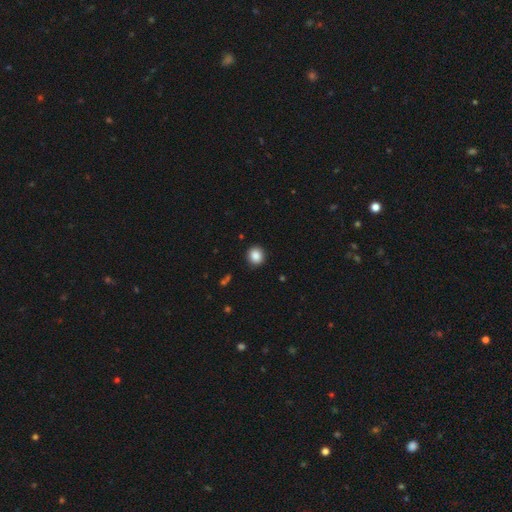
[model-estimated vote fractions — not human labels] This appears to be a smooth galaxy with no disk features (87%) that is round (84%). Merging: none (91%).